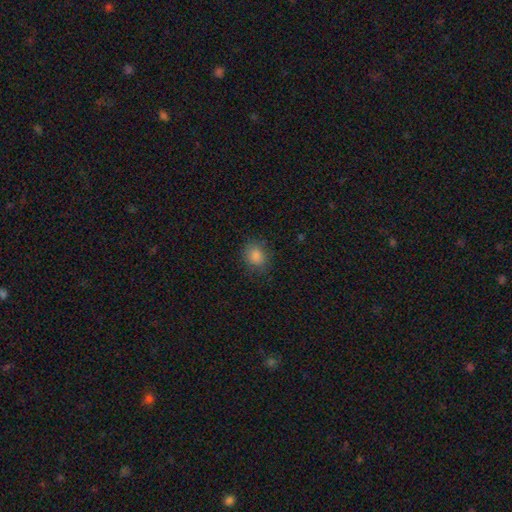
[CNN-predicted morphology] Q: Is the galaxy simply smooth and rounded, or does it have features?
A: smooth — 84%.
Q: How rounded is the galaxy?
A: round — 66%.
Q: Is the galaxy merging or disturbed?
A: none — 83%.